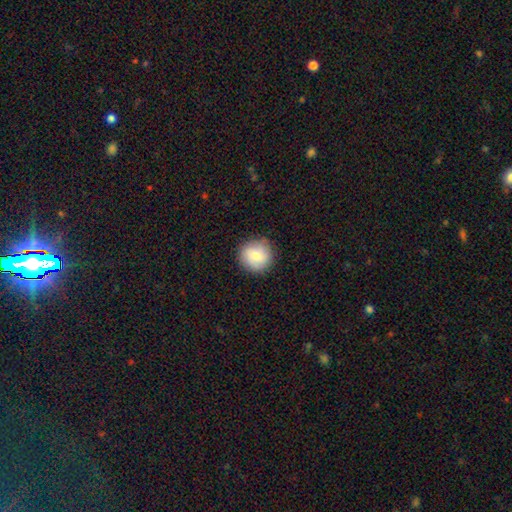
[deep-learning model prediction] Q: Smooth or featured?
A: smooth (79%); runner-up: featured or disk (13%)
Q: How rounded?
A: round (94%); runner-up: in between (5%)
Q: Merging?
A: none (86%); runner-up: minor disturbance (10%)